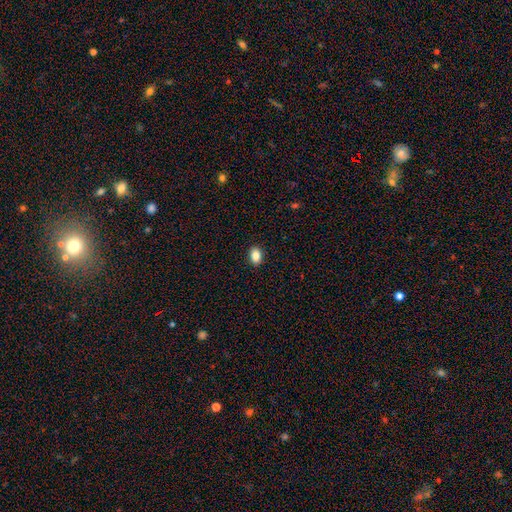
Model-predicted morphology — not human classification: type=smooth (86%); roundness=in between (81%); merging=none (91%).